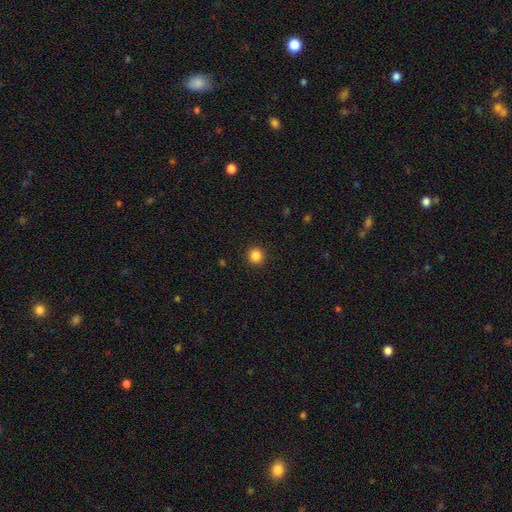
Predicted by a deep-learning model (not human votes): Smooth or featured: smooth — 85% (star or artifact — 11%)
How rounded: round — 93% (in between — 6%)
Merging: none — 93% (minor disturbance — 4%)